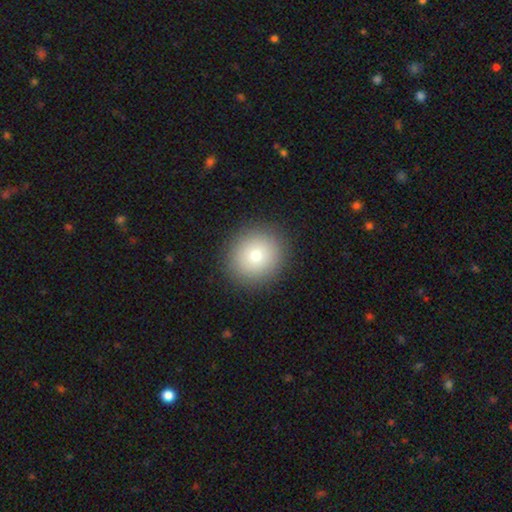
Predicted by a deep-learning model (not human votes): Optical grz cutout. It shows a smooth galaxy with no disk features (75%) that is round (88%). Merging: none (91%).